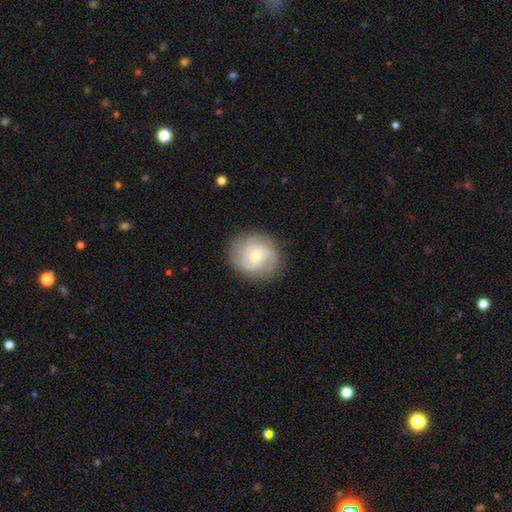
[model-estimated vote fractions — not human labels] The model was most divided on "bulge size": moderate: 53%, small: 42%, large: 3%, none: 1%, dominant: 1%. More confident: edge-on disk — no (97%); spiral arms — yes (83%); merging — none (81%); bar — no (60%); smooth or featured — featured or disk (60%).